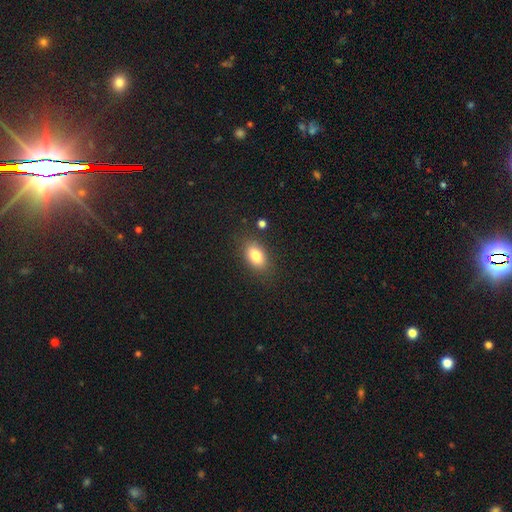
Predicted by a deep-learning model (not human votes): A smooth galaxy with no disk features (83%) that is in between round and cigar-shaped (87%). Merging: none (82%).